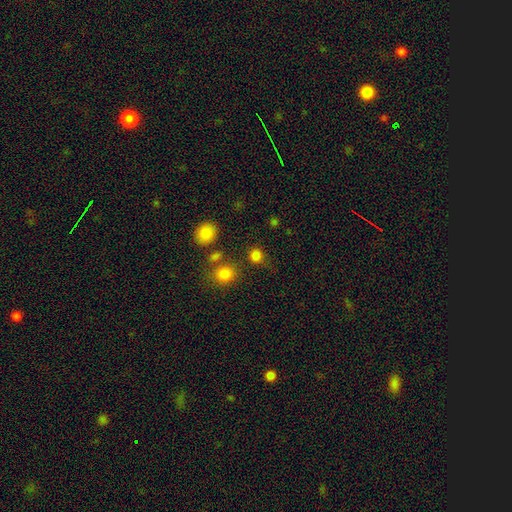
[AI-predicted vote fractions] Q: Smooth or featured?
A: smooth (81%); runner-up: star or artifact (15%)
Q: How rounded?
A: round (86%); runner-up: in between (13%)
Q: Merging?
A: none (76%); runner-up: minor disturbance (11%)